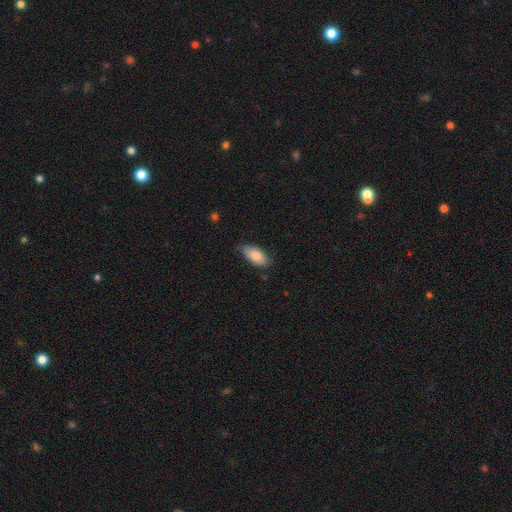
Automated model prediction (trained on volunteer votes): The model was most divided on "merging": none: 70%, minor disturbance: 25%, major disturbance: 4%, merger: 1%. More confident: how rounded — in between (90%); smooth or featured — smooth (84%).